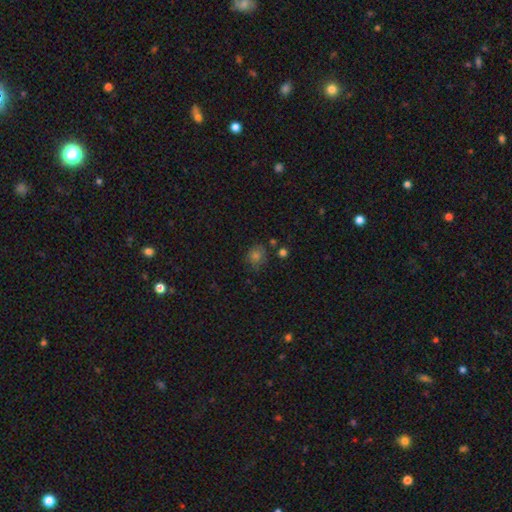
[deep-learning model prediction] Smooth or featured: smooth — 64% (star or artifact — 25%)
How rounded: round — 78% (in between — 21%)
Merging: none — 74% (minor disturbance — 16%)